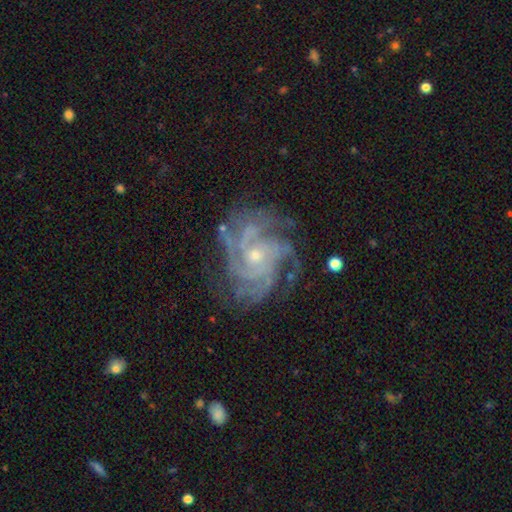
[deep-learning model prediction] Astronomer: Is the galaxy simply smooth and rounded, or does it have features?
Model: featured or disk — 90%.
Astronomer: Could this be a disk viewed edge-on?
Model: no — 98%.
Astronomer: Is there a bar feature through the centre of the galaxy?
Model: no — 72%.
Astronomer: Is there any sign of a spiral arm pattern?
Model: yes — 98%.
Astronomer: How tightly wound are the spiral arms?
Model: tight — 61%.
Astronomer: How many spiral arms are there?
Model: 4 — 37% (runner-up: 3, 19%).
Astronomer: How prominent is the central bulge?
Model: small — 71%.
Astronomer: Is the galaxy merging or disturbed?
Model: none — 73%.